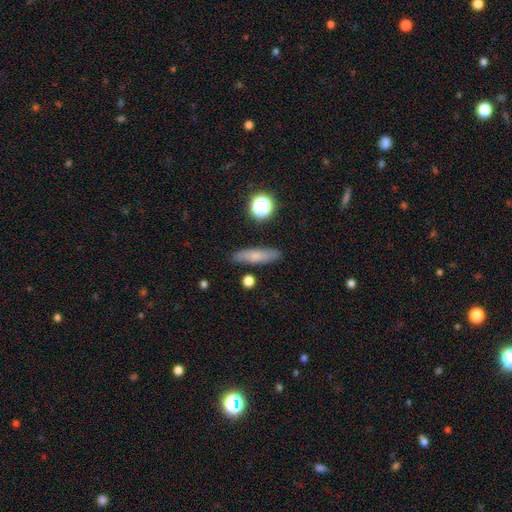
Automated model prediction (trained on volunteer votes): A smooth galaxy with no disk features (69%) that is cigar-shaped (71%). Merging: none (86%).